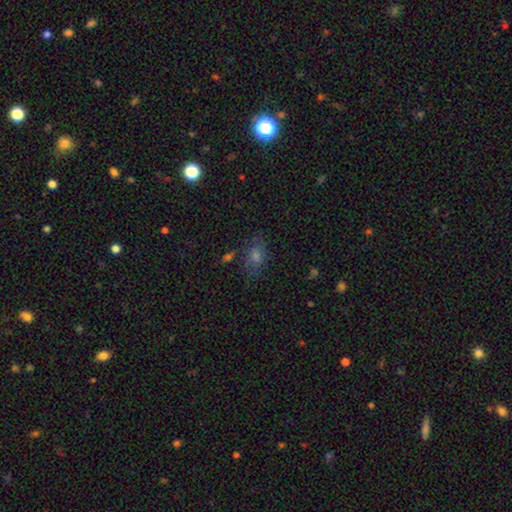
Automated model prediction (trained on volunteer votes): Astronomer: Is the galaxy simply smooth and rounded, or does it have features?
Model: smooth — 47% (runner-up: star or artifact, 32%).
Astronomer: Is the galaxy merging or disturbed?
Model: none — 73%.